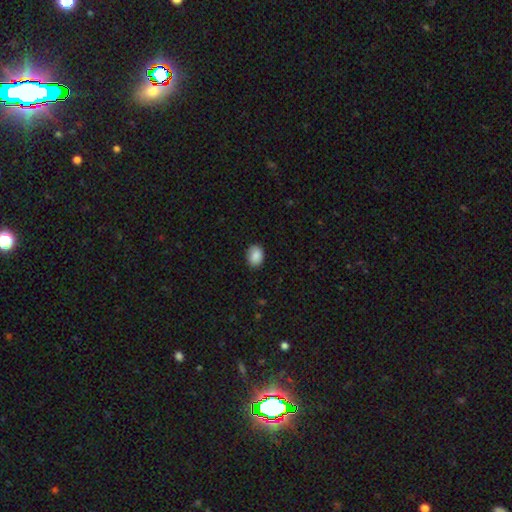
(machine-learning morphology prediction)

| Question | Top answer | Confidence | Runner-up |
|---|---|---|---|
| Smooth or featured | smooth | 89% | star or artifact (7%) |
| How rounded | in between | 71% | round (28%) |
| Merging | none | 85% | minor disturbance (12%) |